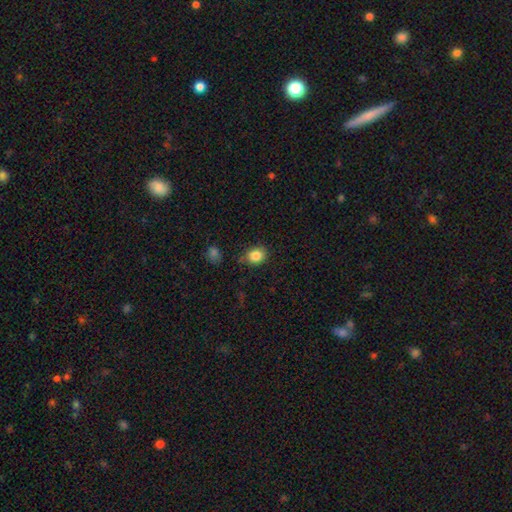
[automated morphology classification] type=smooth (85%); roundness=round (57%); merging=none (77%).